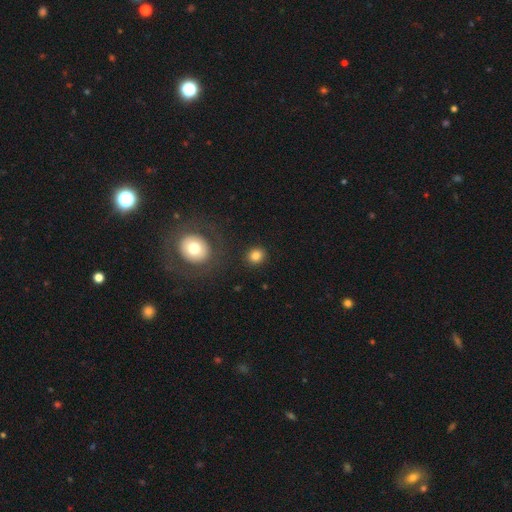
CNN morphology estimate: smooth_or_featured: smooth (p=0.82) [alt: star or artifact p=0.11]
how_rounded: round (p=0.84) [alt: in between p=0.15]
merging: none (p=0.87) [alt: minor disturbance p=0.07]